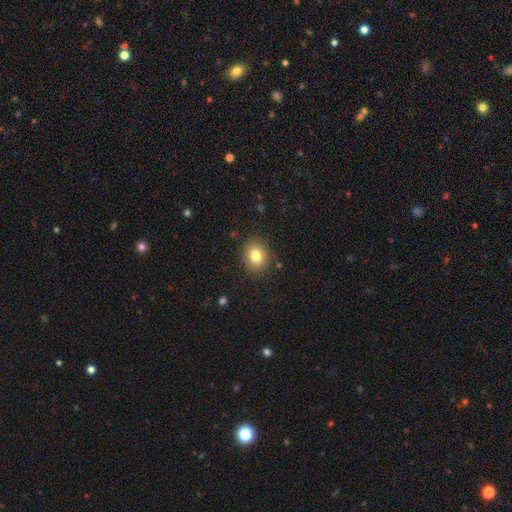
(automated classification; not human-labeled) Q: Smooth or featured?
A: smooth (80%); runner-up: star or artifact (11%)
Q: How rounded?
A: round (61%); runner-up: in between (38%)
Q: Merging?
A: none (87%); runner-up: minor disturbance (9%)